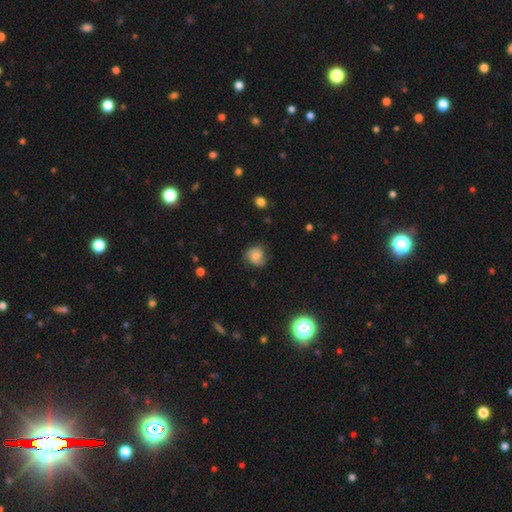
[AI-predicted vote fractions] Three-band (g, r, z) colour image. It shows a smooth galaxy with no disk features (53%) that is round (75%). Merging: none (69%).